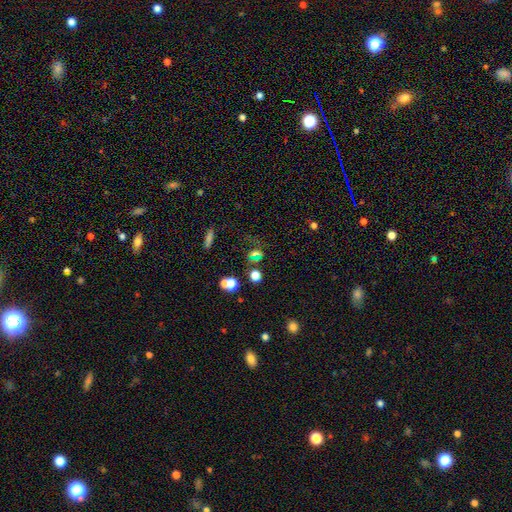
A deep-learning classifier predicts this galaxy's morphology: Smooth or featured? Predicted: smooth (p=0.52). How rounded? Predicted: round (p=0.48). Merging? Predicted: none (p=0.55).